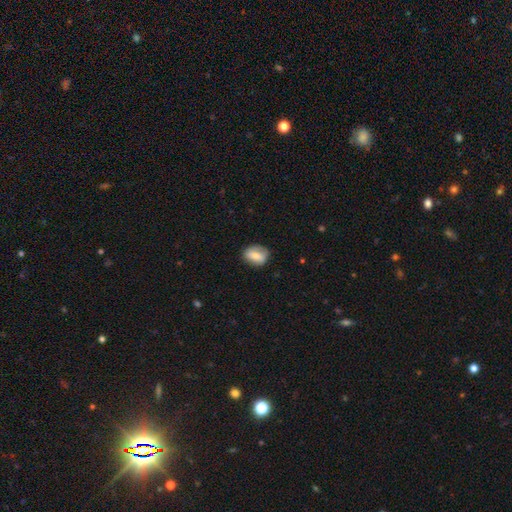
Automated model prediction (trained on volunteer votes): Overall: smooth (67%). How rounded: in between (62%; round 36%). Merging: none (77%).